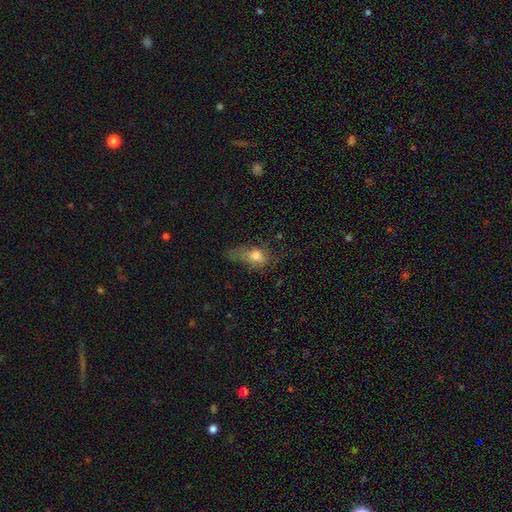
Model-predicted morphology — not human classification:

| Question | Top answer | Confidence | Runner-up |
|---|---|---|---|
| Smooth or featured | smooth | 73% | featured or disk (17%) |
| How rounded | in between | 76% | round (18%) |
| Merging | major disturbance | 36% | minor disturbance (31%) |